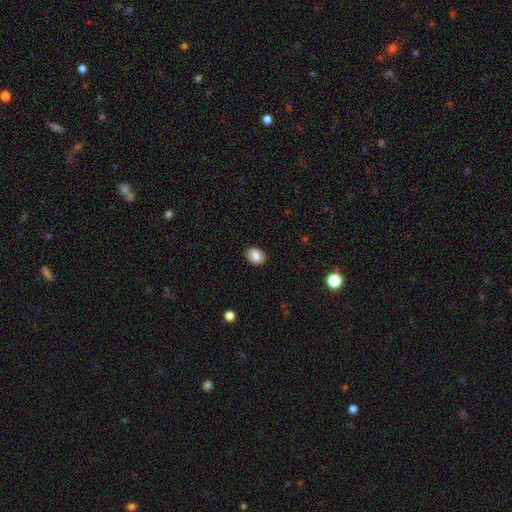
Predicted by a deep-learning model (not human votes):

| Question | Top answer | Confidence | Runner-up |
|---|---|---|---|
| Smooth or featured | smooth | 81% | featured or disk (10%) |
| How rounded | in between | 74% | round (25%) |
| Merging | none | 87% | minor disturbance (10%) |